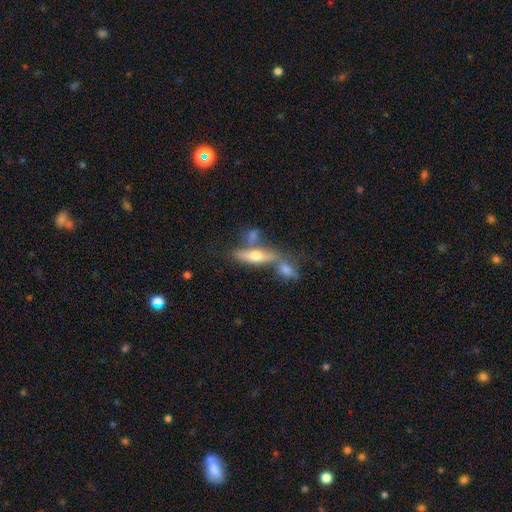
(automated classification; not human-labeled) Smooth or featured? featured or disk (51%)
Edge-on disk? yes (84%)
Merging? none (50%)